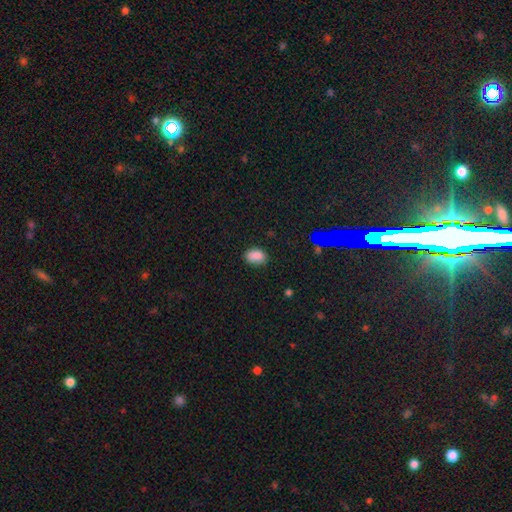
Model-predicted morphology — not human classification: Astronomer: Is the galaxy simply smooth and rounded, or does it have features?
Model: smooth — 85%.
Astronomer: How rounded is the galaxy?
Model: in between — 82%.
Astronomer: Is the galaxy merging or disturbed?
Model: none — 81%.